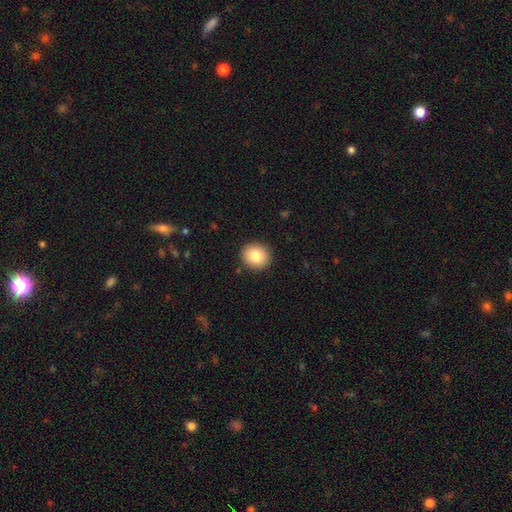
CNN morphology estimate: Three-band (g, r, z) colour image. It shows a smooth galaxy with no disk features (82%) that is round (87%). Merging: none (91%).